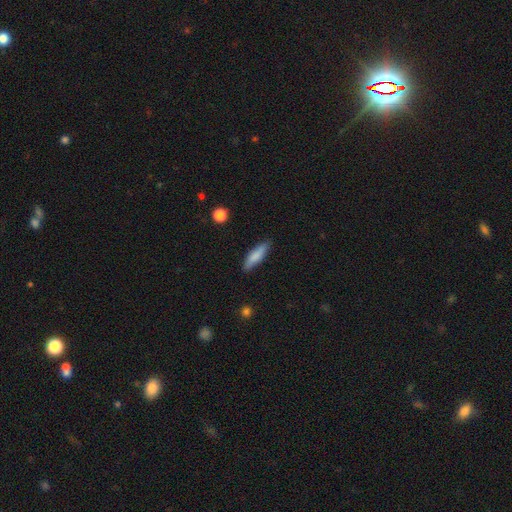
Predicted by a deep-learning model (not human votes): A smooth galaxy with no disk features (79%) that is cigar-shaped (66%). Merging: none (85%).